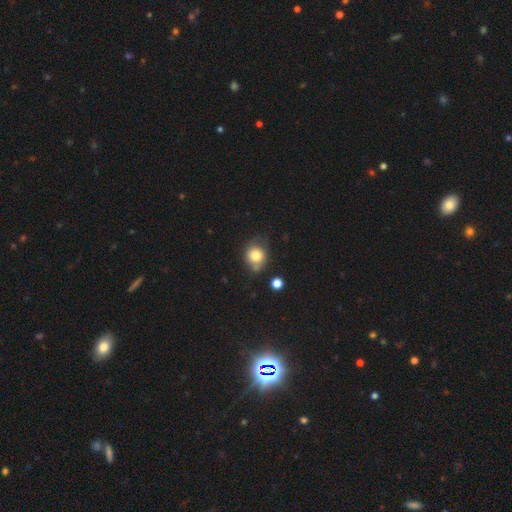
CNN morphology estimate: Q: Smooth or featured?
A: smooth (79%); runner-up: featured or disk (11%)
Q: How rounded?
A: round (73%); runner-up: in between (26%)
Q: Merging?
A: none (57%); runner-up: minor disturbance (25%)